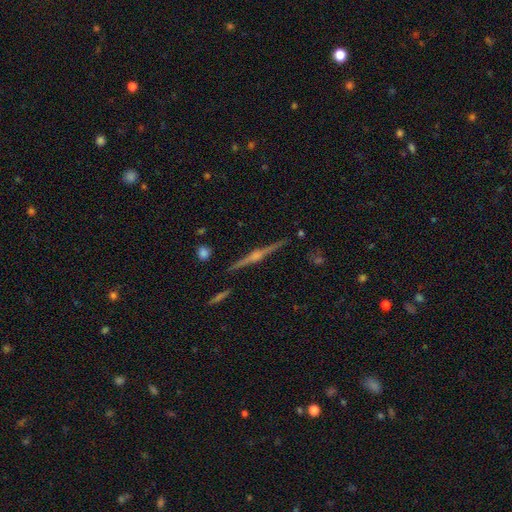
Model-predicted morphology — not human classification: smooth-or-featured: featured or disk: 87% | smooth: 7% | star or artifact: 6%
  disk-edge-on: yes: 99% | no: 1%
    edge-on-bulge: rounded: 90% | boxy: 6% | none: 4%
  merging: none: 91% | minor disturbance: 6% | merger: 2% | major disturbance: 1%